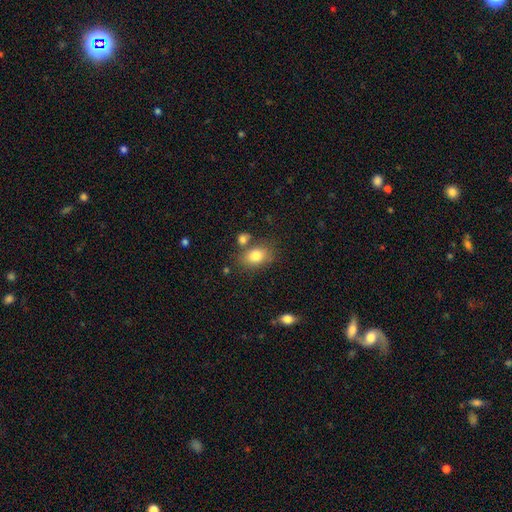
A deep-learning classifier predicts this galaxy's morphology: Smooth or featured? Predicted: smooth (p=0.81). How rounded? Predicted: in between (p=0.77). Merging? Predicted: none (p=0.67).